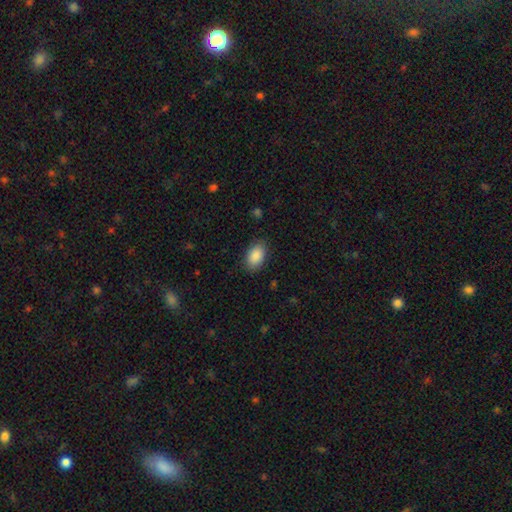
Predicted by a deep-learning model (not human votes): smooth-or-featured: smooth: 90% | star or artifact: 7% | featured or disk: 4%
  how-rounded: in between: 92% | round: 7% | cigar-shaped: 1%
  merging: none: 86% | minor disturbance: 11% | major disturbance: 3% | merger: 1%